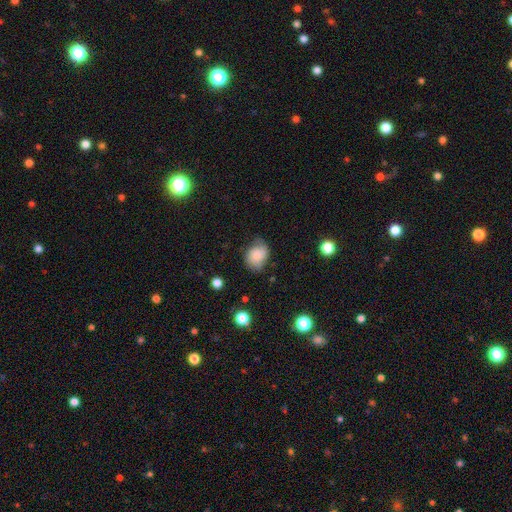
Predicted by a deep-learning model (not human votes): smooth_or_featured: smooth (p=0.76) [alt: featured or disk p=0.15]
how_rounded: in between (p=0.57) [alt: round p=0.42]
merging: none (p=0.56) [alt: minor disturbance p=0.33]